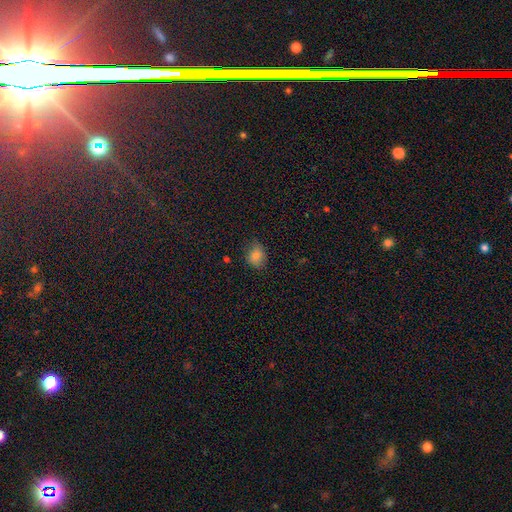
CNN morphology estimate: This is likely a smooth galaxy (79%). How rounded: possibly round (56%). Merging: likely none (74%).